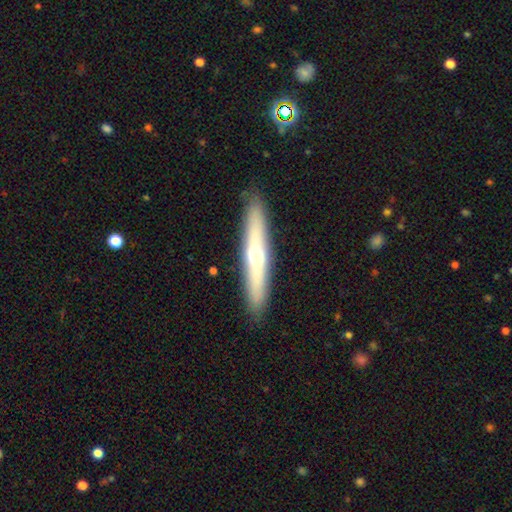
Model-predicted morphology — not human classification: A featured or disk galaxy (53%) viewed edge-on (88%).

Vote fractions:
- Smooth or featured? featured or disk: 53% / smooth: 41% / star or artifact: 6%
- Edge-on disk? yes: 88% / no: 12%
- Merging? none: 90% / minor disturbance: 7% / major disturbance: 2% / merger: 1%